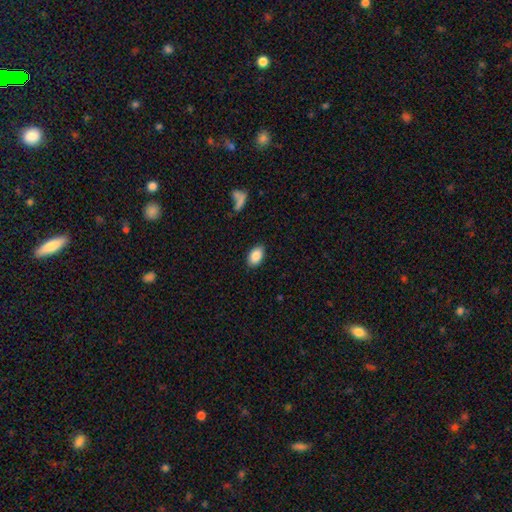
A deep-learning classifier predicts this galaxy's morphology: This is clearly a smooth galaxy (88%). How rounded: clearly in between (91%). Merging: clearly none (86%).